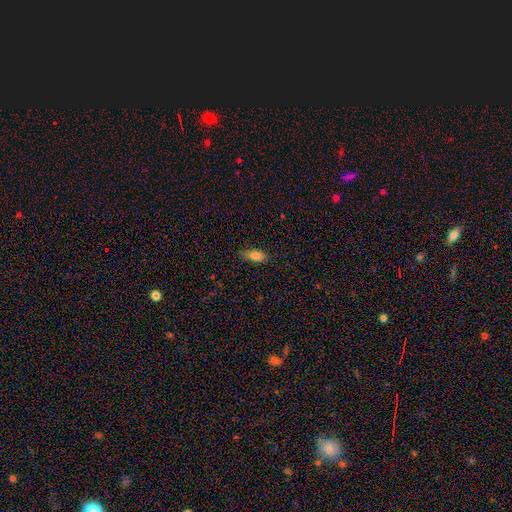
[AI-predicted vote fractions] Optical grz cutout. It shows a smooth galaxy with no disk features (81%) that is in between round and cigar-shaped (81%). Merging: none (79%).